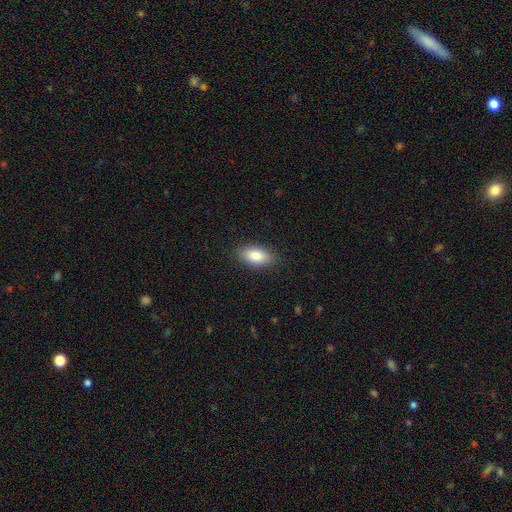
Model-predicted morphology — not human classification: Q: Smooth or featured?
A: smooth (84%); runner-up: featured or disk (9%)
Q: How rounded?
A: in between (89%); runner-up: cigar-shaped (7%)
Q: Merging?
A: none (87%); runner-up: minor disturbance (10%)